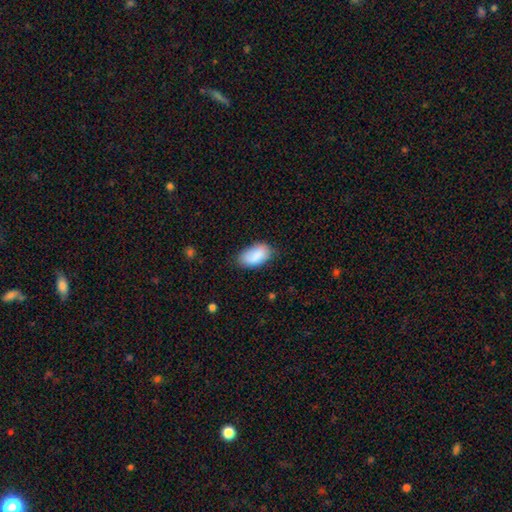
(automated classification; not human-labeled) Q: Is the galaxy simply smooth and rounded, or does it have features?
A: smooth — 87%.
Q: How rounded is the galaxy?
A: in between — 94%.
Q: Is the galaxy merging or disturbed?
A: none — 71%.